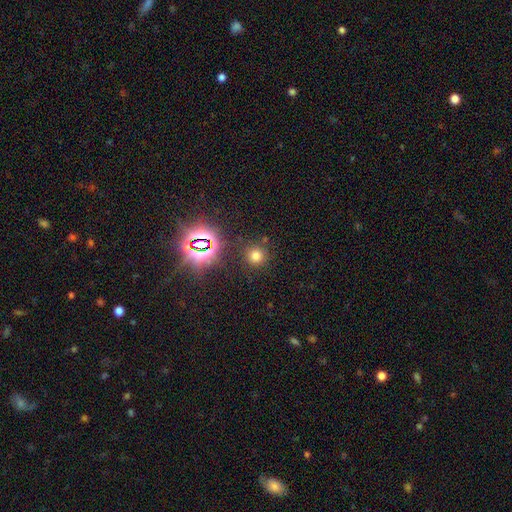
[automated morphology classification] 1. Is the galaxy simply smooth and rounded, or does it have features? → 67% smooth, 26% star or artifact, 7% featured or disk.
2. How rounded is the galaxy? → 93% round, 6% in between, 1% cigar-shaped.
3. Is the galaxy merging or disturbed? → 85% none, 7% minor disturbance, 4% merger, 3% major disturbance.